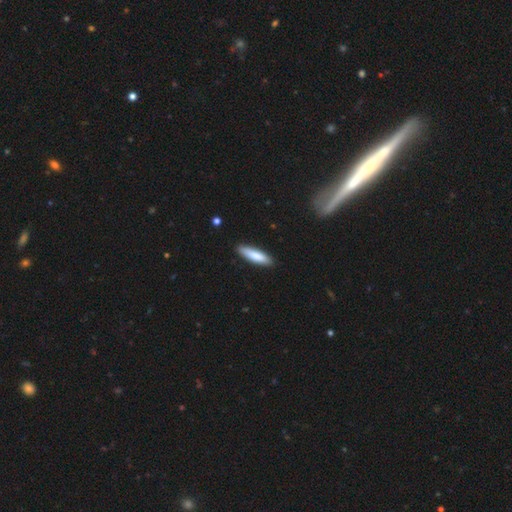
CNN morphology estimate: Smooth or featured? smooth (83%)
How rounded? cigar-shaped (73%)
Merging? none (89%)